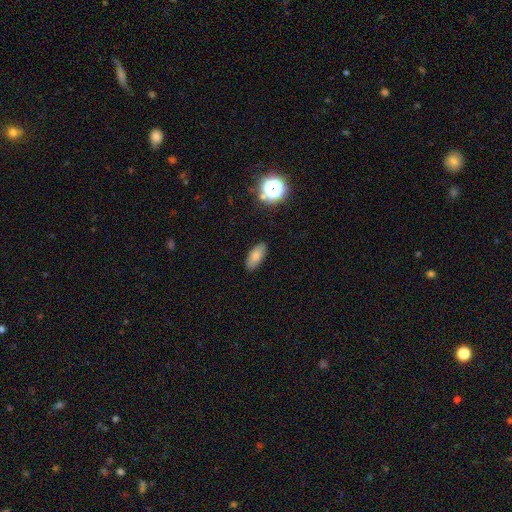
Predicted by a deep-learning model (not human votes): Overall: smooth (79%). How rounded: in between (85%). Merging: none (86%).